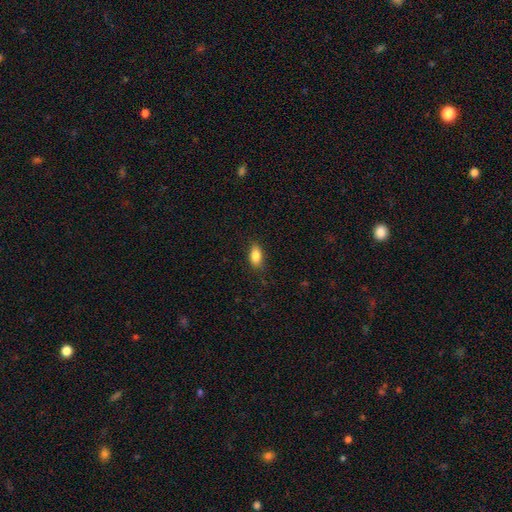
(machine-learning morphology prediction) smooth_or_featured: smooth (p=0.85) [alt: star or artifact p=0.08]
how_rounded: in between (p=0.88) [alt: round p=0.06]
merging: none (p=0.85) [alt: minor disturbance p=0.12]